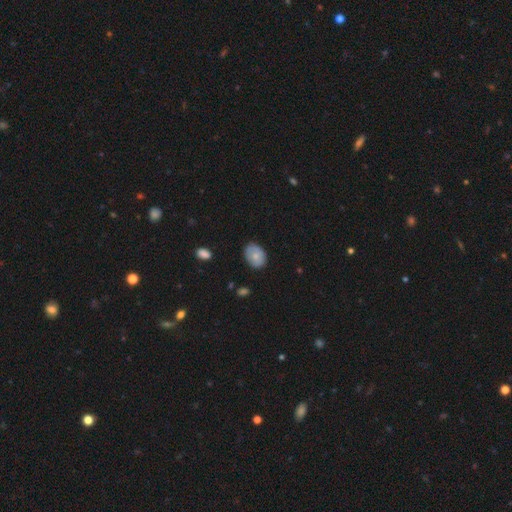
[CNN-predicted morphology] Smooth or featured?
  - smooth: 73% *
  - featured or disk: 20%
  - star or artifact: 7%
How rounded?
  - in between: 76% *
  - round: 23%
  - cigar-shaped: 1%
Merging?
  - none: 77% *
  - minor disturbance: 18%
  - major disturbance: 3%
  - merger: 1%